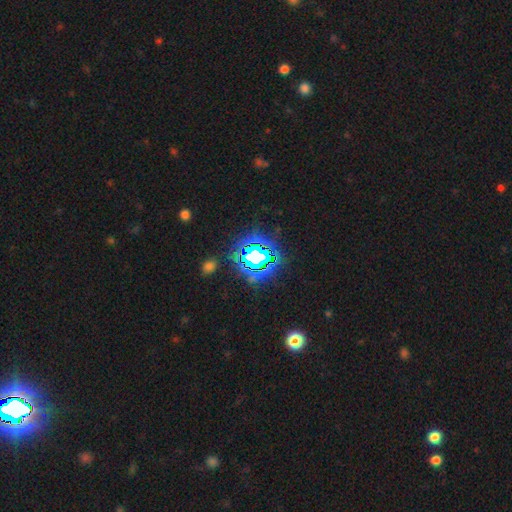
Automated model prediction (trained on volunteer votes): This is likely a star or artifact rather than a galaxy (74%).